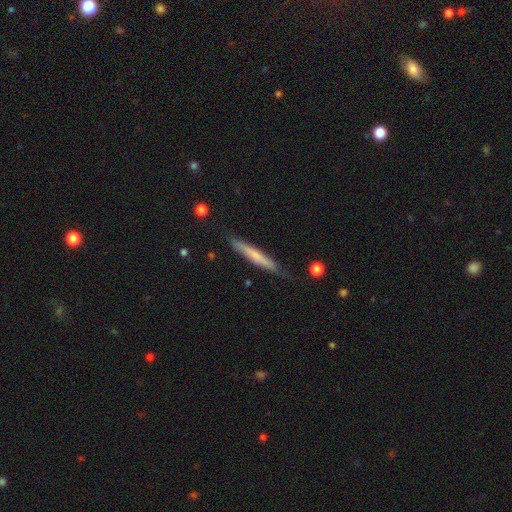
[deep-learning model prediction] A smooth galaxy with no disk features (59%) that is cigar-shaped (95%).

Vote fractions:
- Smooth or featured? smooth: 59% / featured or disk: 36% / star or artifact: 6%
- How rounded? cigar-shaped: 95% / in between: 4% / round: 1%
- Merging? none: 77% / minor disturbance: 18% / major disturbance: 3% / merger: 2%